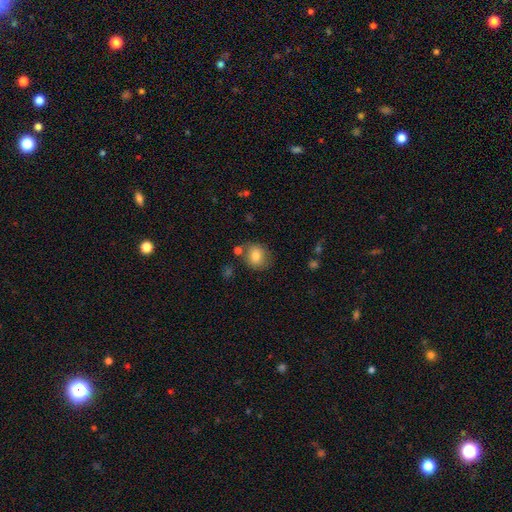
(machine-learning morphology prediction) Q: Smooth or featured?
A: smooth (80%); runner-up: featured or disk (11%)
Q: How rounded?
A: round (73%); runner-up: in between (26%)
Q: Merging?
A: none (73%); runner-up: minor disturbance (14%)